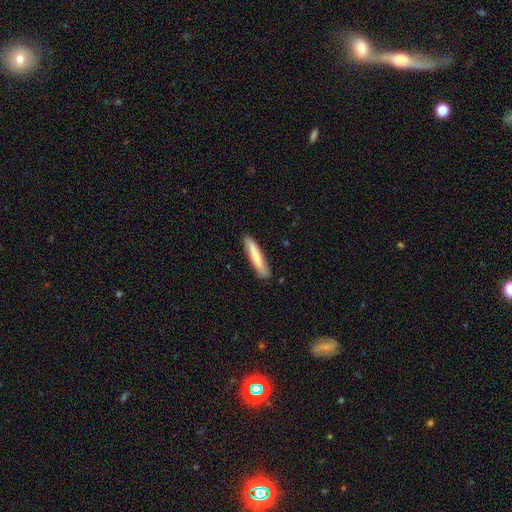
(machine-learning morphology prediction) This is likely a smooth galaxy (74%). How rounded: clearly cigar-shaped (92%). Merging: clearly none (84%).